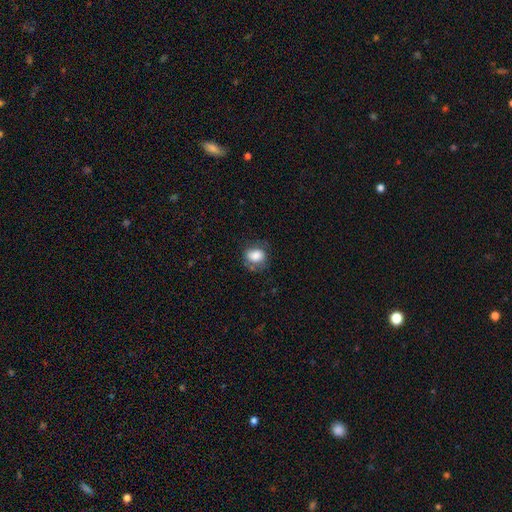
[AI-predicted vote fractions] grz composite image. It shows a smooth galaxy with no disk features (78%) that is in between round and cigar-shaped (54%). Merging: none (61%).